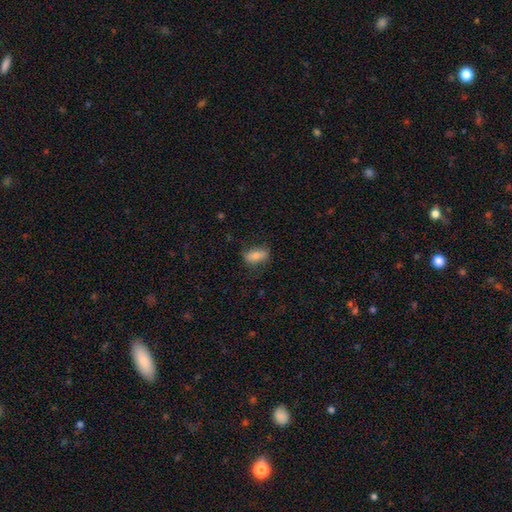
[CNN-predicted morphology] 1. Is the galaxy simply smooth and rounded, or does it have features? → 78% smooth, 14% featured or disk, 8% star or artifact.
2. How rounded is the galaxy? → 83% in between, 11% cigar-shaped, 5% round.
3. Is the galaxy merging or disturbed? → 72% none, 20% minor disturbance, 6% major disturbance, 1% merger.